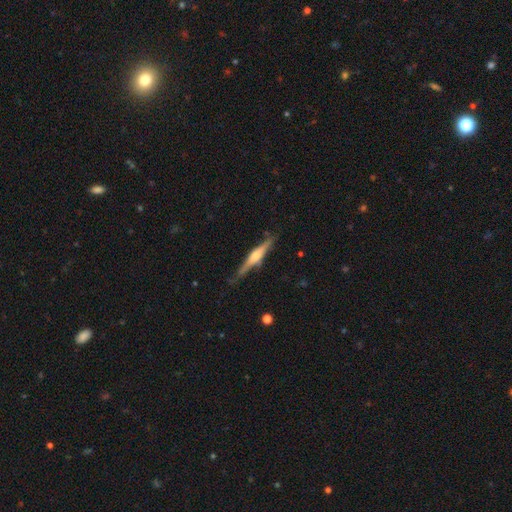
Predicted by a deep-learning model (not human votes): Smooth or featured? featured or disk (74%)
Edge-on disk? yes (97%)
Edge-on bulge? rounded (83%)
Merging? none (80%)